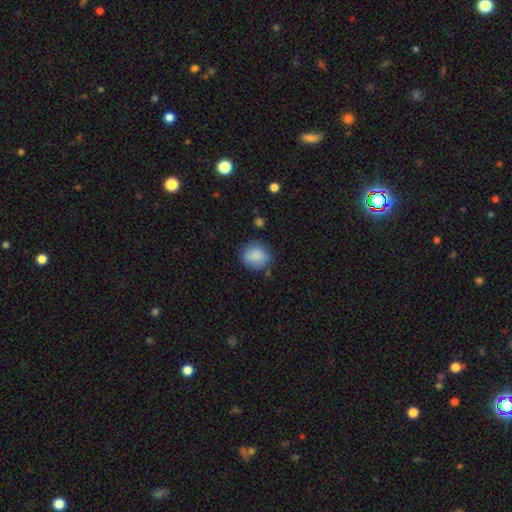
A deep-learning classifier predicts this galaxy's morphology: The model was most divided on "how rounded": round: 75%, in between: 24%, cigar-shaped: 1%. More confident: smooth or featured — smooth (86%); merging — none (72%).